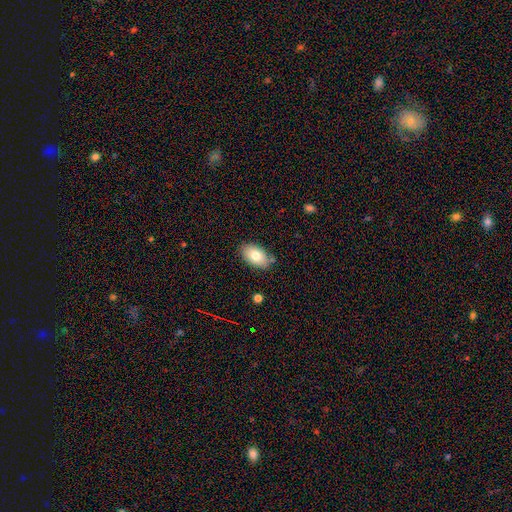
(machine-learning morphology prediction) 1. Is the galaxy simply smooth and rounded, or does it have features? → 77% smooth, 15% featured or disk, 7% star or artifact.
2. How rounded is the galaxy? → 93% in between, 6% round, 1% cigar-shaped.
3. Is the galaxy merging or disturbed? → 81% none, 14% minor disturbance, 2% major disturbance, 2% merger.